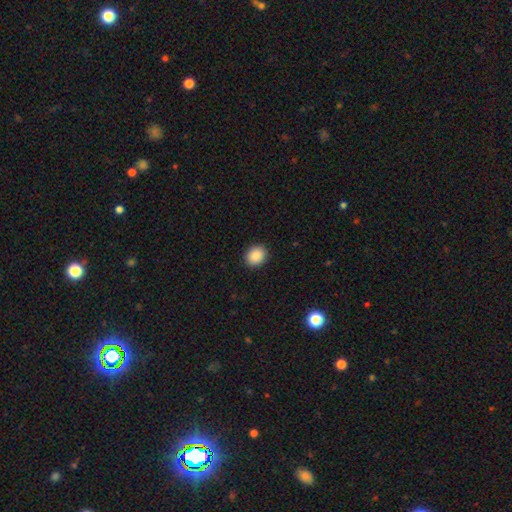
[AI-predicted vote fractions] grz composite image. It shows a smooth galaxy with no disk features (89%) that is round (58%). Merging: none (91%).